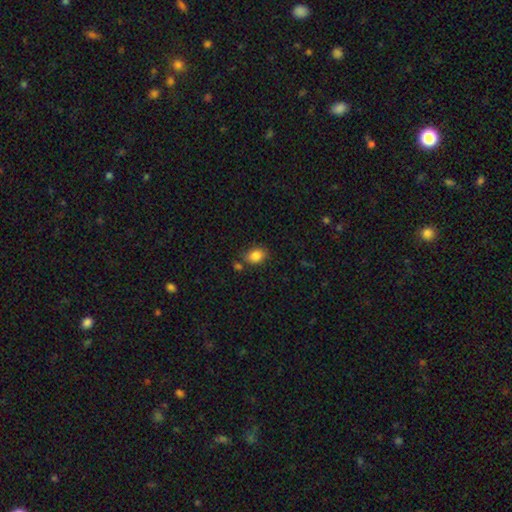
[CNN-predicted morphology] Smooth or featured: smooth — 85% (star or artifact — 9%)
How rounded: in between — 69% (round — 29%)
Merging: none — 72% (minor disturbance — 15%)